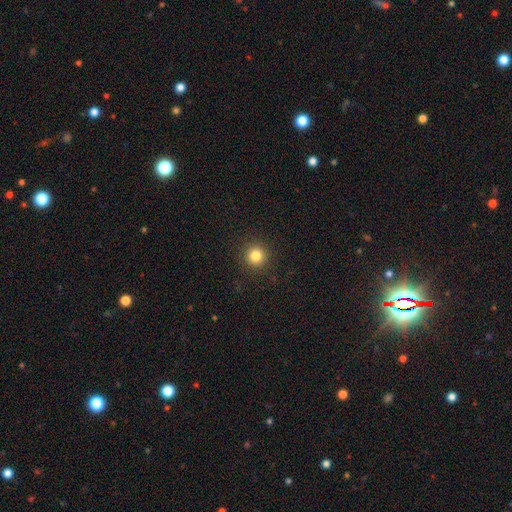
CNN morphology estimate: smooth 82%, star or artifact 13%, featured or disk 5%. Down the decision tree: how rounded — round (95%); merging — none (92%).